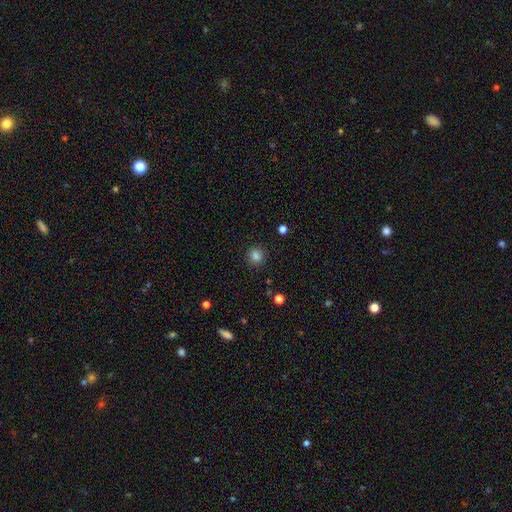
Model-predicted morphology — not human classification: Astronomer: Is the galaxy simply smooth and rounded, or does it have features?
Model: smooth — 84%.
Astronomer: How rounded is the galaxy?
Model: round — 84%.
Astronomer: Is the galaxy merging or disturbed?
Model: none — 88%.